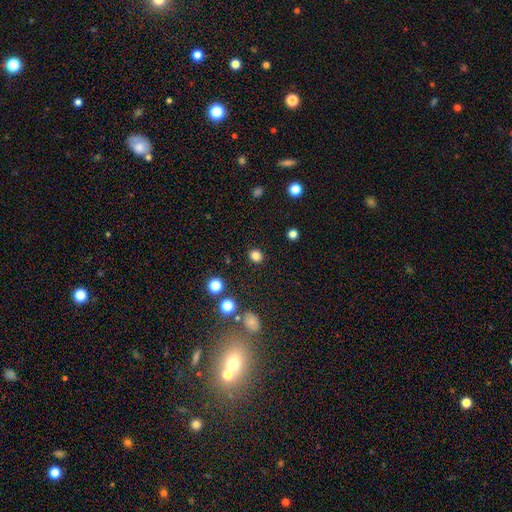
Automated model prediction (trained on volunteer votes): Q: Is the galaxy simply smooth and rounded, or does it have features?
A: smooth — 83%.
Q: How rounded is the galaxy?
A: round — 70%.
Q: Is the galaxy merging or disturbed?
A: none — 89%.